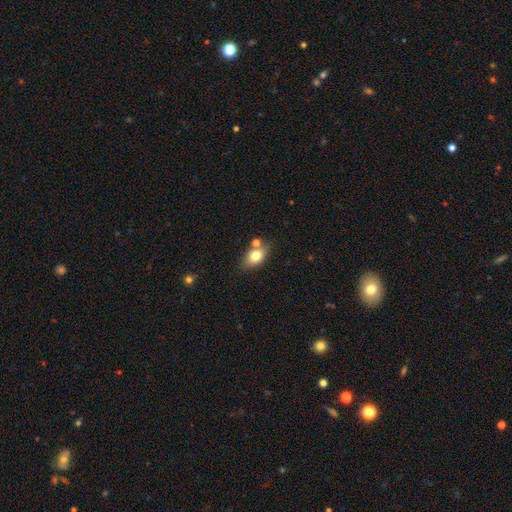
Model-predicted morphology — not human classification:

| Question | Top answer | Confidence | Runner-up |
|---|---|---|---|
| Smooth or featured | smooth | 75% | featured or disk (16%) |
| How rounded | in between | 79% | round (17%) |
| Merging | none | 67% | merger (15%) |